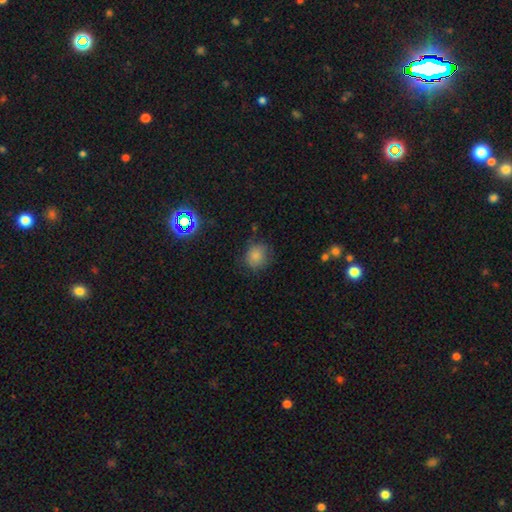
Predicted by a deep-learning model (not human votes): smooth-or-featured: smooth: 81% | star or artifact: 12% | featured or disk: 6%
  how-rounded: round: 81% | in between: 19% | cigar-shaped: 1%
  merging: none: 75% | minor disturbance: 18% | major disturbance: 5% | merger: 2%